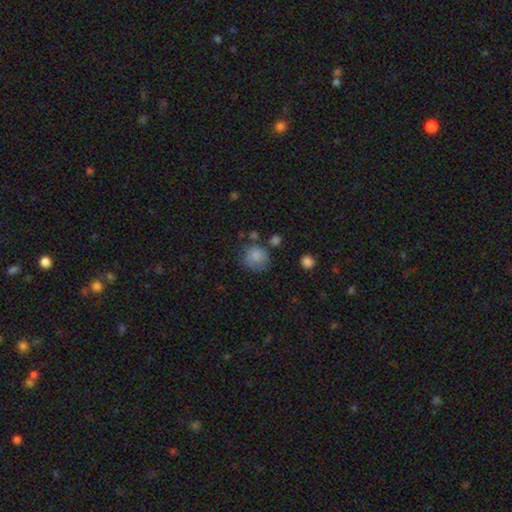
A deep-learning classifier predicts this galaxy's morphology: smooth-or-featured: smooth: 82% | star or artifact: 10% | featured or disk: 8%
  how-rounded: round: 83% | in between: 17% | cigar-shaped: 1%
  merging: none: 58% | minor disturbance: 23% | major disturbance: 11% | merger: 8%